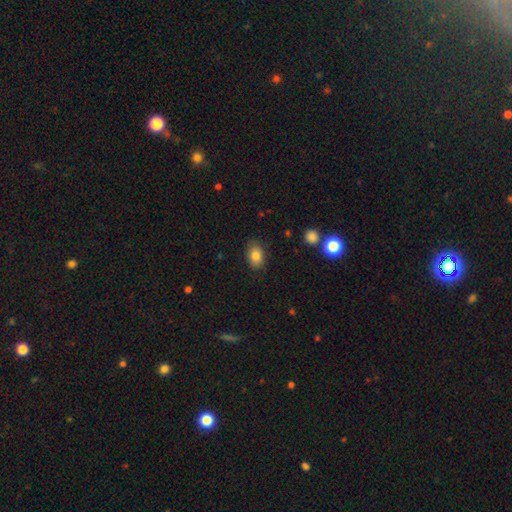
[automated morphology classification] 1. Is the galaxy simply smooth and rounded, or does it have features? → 82% smooth, 9% star or artifact, 9% featured or disk.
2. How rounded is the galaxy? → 80% in between, 19% round, 1% cigar-shaped.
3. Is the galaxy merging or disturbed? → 84% none, 12% minor disturbance, 3% major disturbance, 1% merger.